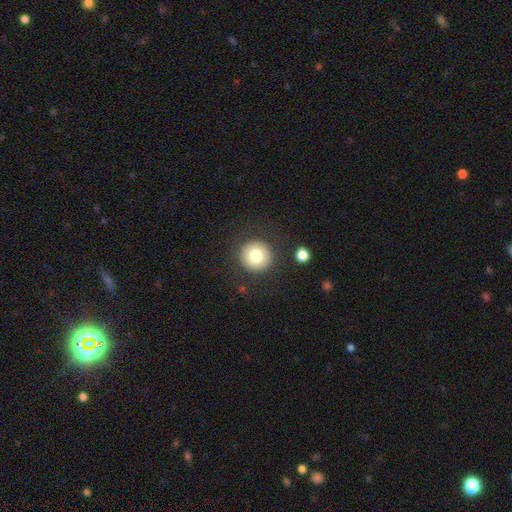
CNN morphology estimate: A smooth galaxy with no disk features (78%) that is round (96%).

Vote fractions:
- Smooth or featured? smooth: 78% / featured or disk: 12% / star or artifact: 10%
- How rounded? round: 96% / in between: 3% / cigar-shaped: 1%
- Merging? none: 87% / minor disturbance: 7% / major disturbance: 4% / merger: 2%